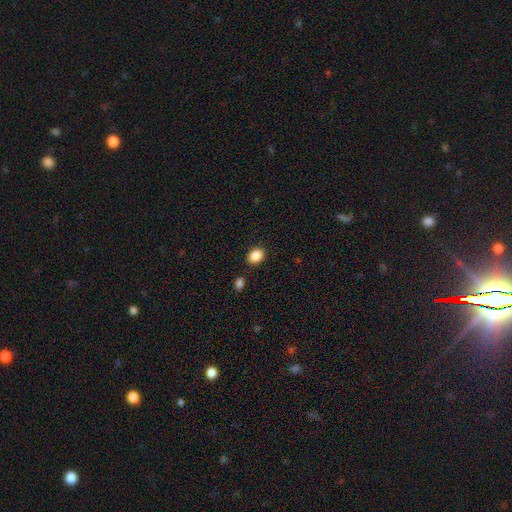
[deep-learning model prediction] A smooth galaxy with no disk features (88%) that is in between round and cigar-shaped (58%). Merging: none (86%).